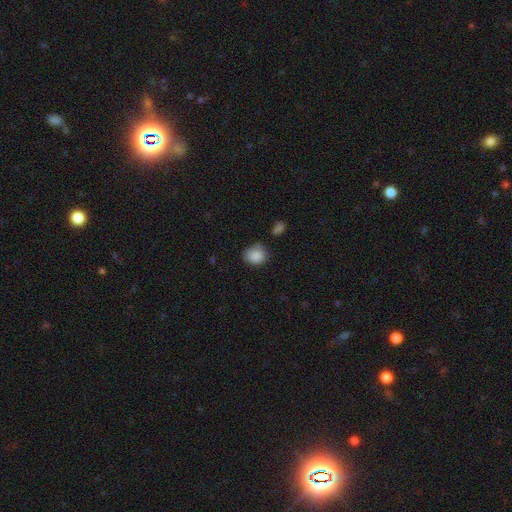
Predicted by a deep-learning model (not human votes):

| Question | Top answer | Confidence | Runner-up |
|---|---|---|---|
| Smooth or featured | smooth | 87% | star or artifact (9%) |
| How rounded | round | 67% | in between (32%) |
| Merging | none | 64% | minor disturbance (26%) |